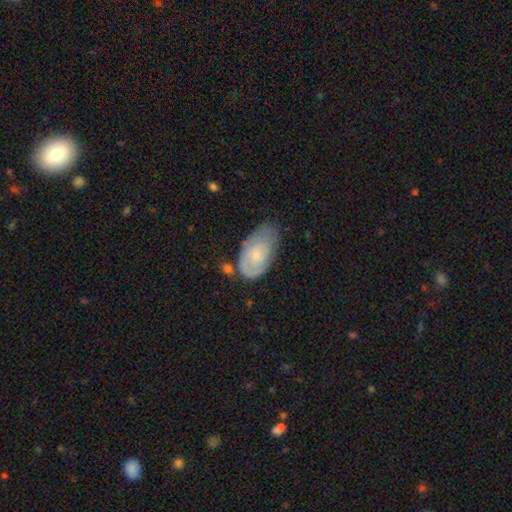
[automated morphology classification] A smooth galaxy with no disk features (54%) that is in between round and cigar-shaped (92%). Merging: none (48%).